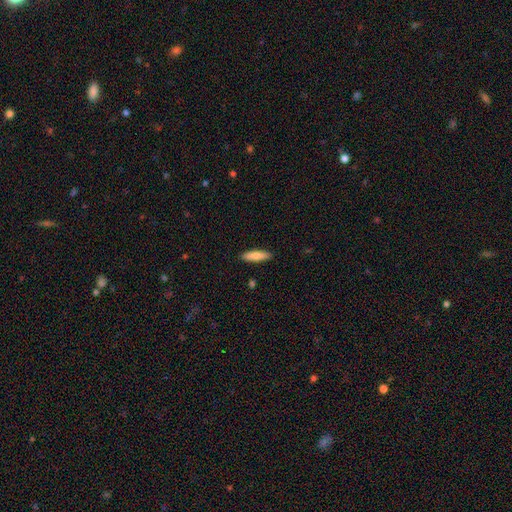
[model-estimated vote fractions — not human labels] smooth_or_featured: smooth (p=0.80) [alt: featured or disk p=0.14]
how_rounded: cigar-shaped (p=0.71) [alt: in between p=0.27]
merging: none (p=0.90) [alt: minor disturbance p=0.07]